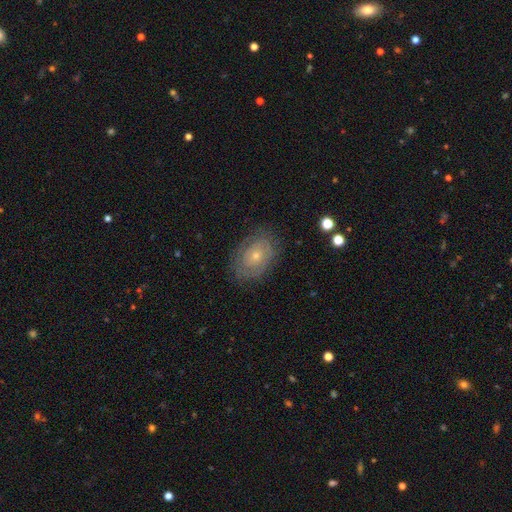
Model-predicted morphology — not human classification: smooth-or-featured: featured or disk: 58% | smooth: 32% | star or artifact: 10%
  disk-edge-on: no: 94% | yes: 6%
    bar: no: 84% | weak: 14% | strong: 3%
    has-spiral-arms: yes: 69% | no: 31%
    bulge-size: small: 67% | moderate: 29% | none: 2% | large: 1% | dominant: 1%
  merging: none: 80% | minor disturbance: 14% | major disturbance: 5% | merger: 1%